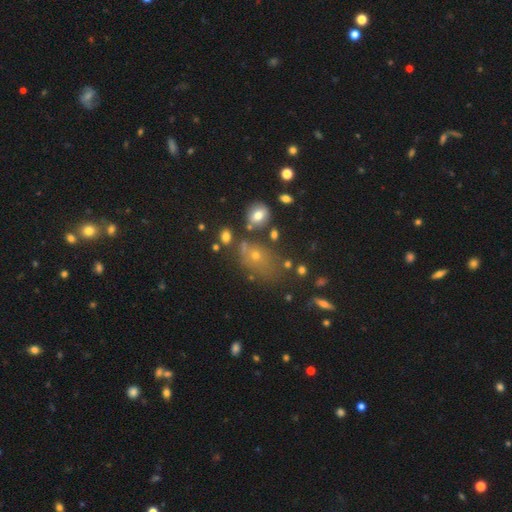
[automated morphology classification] Smooth or featured? smooth (53%)
How rounded? in between (62%)
Merging? none (53%)